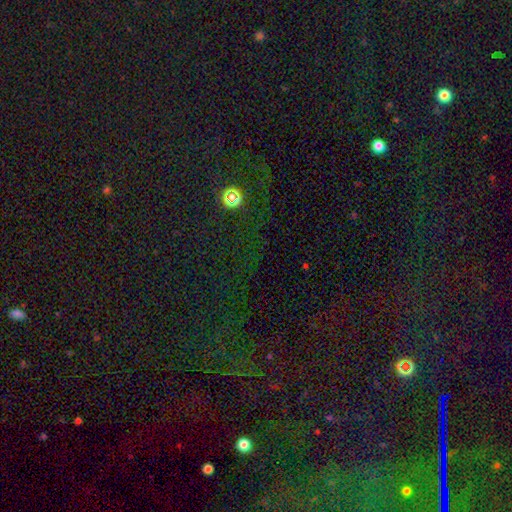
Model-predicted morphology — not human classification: smooth-or-featured: star or artifact: 75% | smooth: 17% | featured or disk: 8%